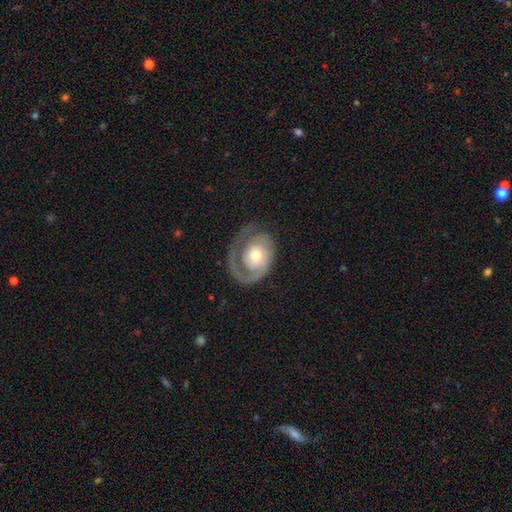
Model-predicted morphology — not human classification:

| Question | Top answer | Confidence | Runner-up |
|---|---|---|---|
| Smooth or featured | featured or disk | 76% | smooth (19%) |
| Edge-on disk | no | 97% | yes (3%) |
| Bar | no | 79% | weak (17%) |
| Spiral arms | yes | 88% | no (12%) |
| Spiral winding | tight | 62% | medium (26%) |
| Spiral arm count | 1 | 78% | 2 (11%) |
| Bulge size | moderate | 59% | small (25%) |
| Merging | none | 58% | major disturbance (21%) |